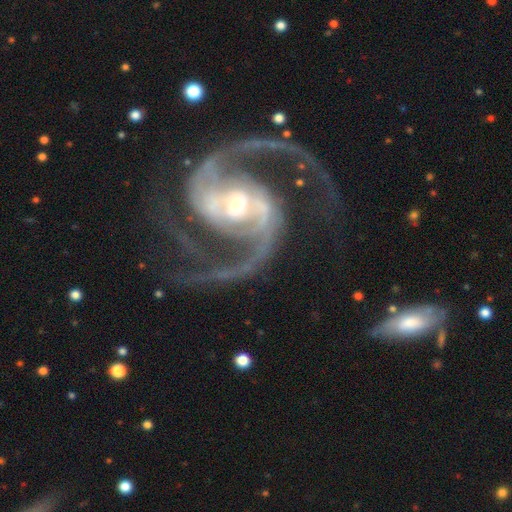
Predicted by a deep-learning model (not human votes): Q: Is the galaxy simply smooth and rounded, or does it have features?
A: featured or disk — 95%.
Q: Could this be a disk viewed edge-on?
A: no — 98%.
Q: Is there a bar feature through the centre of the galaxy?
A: strong — 42%.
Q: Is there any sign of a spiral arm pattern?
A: yes — 99%.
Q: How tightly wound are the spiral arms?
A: medium — 67%.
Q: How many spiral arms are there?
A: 2 — 94%.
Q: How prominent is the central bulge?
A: moderate — 51%.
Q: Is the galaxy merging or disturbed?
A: none — 75%.